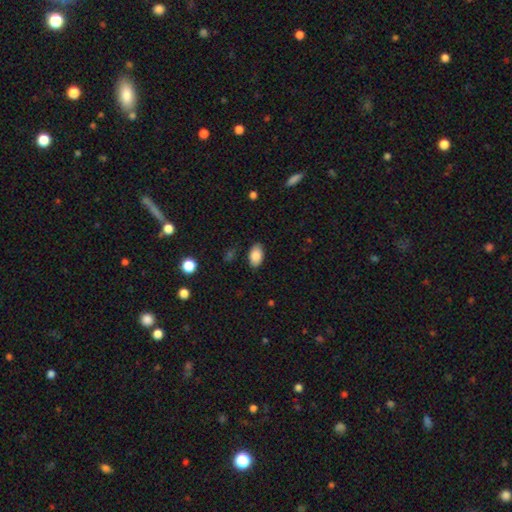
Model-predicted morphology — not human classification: Smooth or featured? Predicted: smooth (p=0.87). How rounded? Predicted: in between (p=0.93). Merging? Predicted: none (p=0.86).